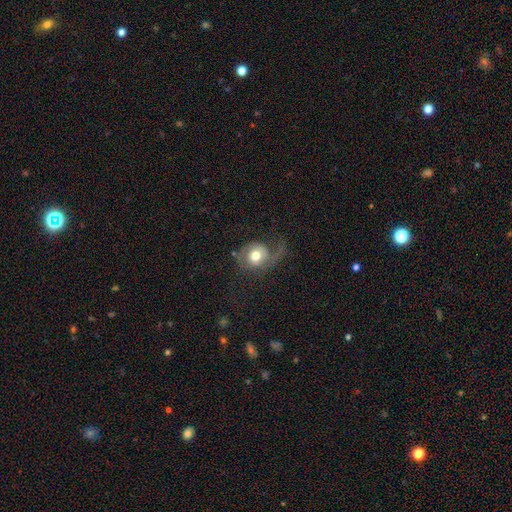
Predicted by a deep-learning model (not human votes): smooth_or_featured: featured or disk (p=0.54) [alt: smooth p=0.38]
disk_edge_on: no (p=0.96) [alt: yes p=0.04]
bar: no (p=0.77) [alt: weak p=0.19]
has_spiral_arms: yes (p=0.80) [alt: no p=0.20]
bulge_size: moderate (p=0.66) [alt: large p=0.22]
merging: none (p=0.40) [alt: major disturbance p=0.37]